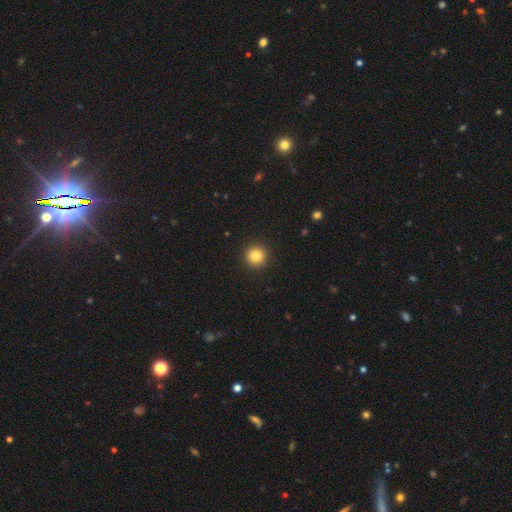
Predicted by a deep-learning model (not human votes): The model was most divided on "smooth or featured": smooth: 84%, star or artifact: 11%, featured or disk: 5%. More confident: how rounded — round (94%); merging — none (92%).